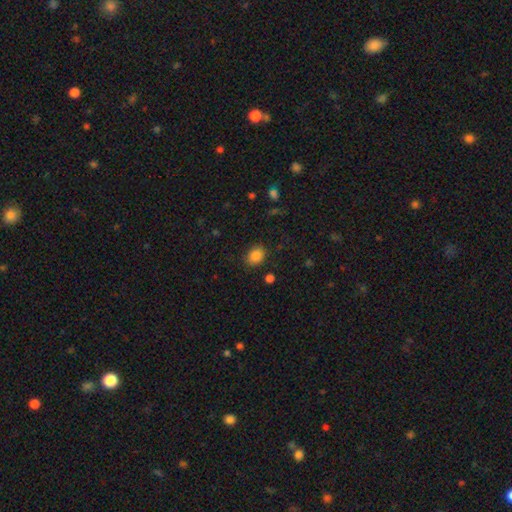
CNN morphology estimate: Q: Smooth or featured?
A: smooth (86%); runner-up: star or artifact (10%)
Q: How rounded?
A: in between (57%); runner-up: round (42%)
Q: Merging?
A: none (84%); runner-up: minor disturbance (11%)